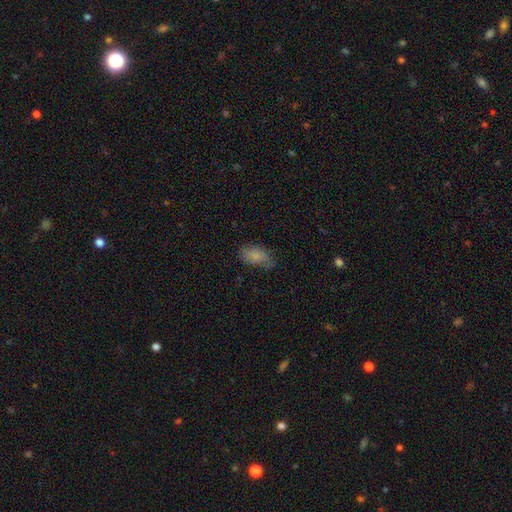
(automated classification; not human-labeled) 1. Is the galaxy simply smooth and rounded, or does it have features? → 75% smooth, 17% featured or disk, 8% star or artifact.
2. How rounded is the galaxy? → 92% in between, 5% round, 3% cigar-shaped.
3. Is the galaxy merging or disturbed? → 63% none, 27% minor disturbance, 8% major disturbance, 1% merger.